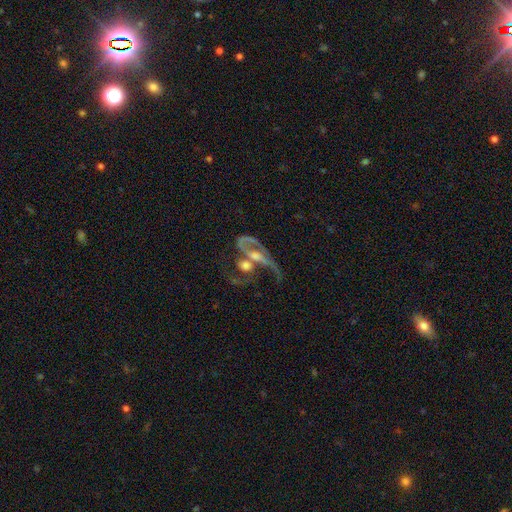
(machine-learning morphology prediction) Smooth or featured? Predicted: featured or disk (p=0.73). Edge-on disk? Predicted: no (p=0.94). Bar? Predicted: no (p=0.62). Spiral arms? Predicted: yes (p=0.77). Spiral winding? Predicted: loose (p=0.50). Spiral arm count? Predicted: 2 (p=0.45). Bulge size? Predicted: moderate (p=0.52). Merging? Predicted: merger (p=0.62).